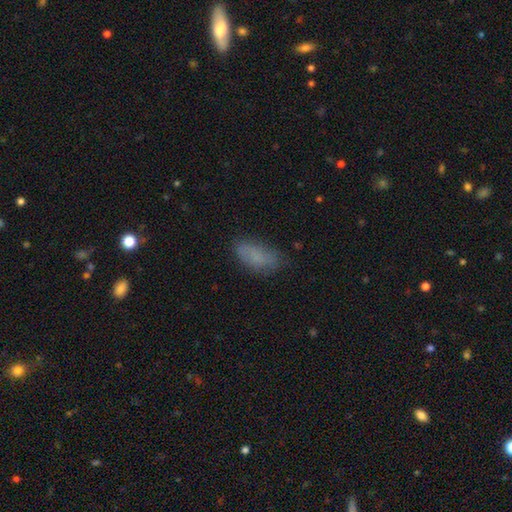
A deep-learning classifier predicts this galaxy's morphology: Smooth or featured? smooth (78%)
How rounded? in between (89%)
Merging? none (69%)